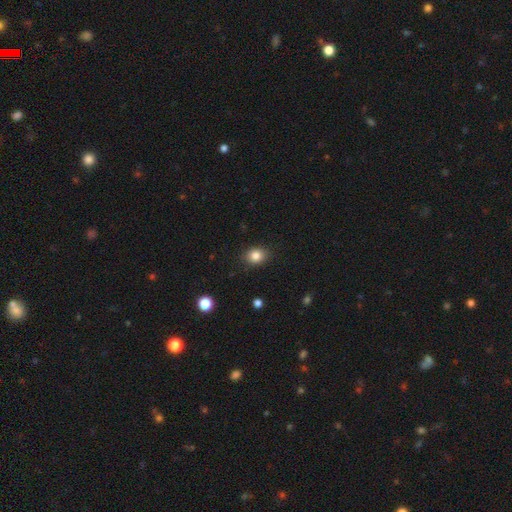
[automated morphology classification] The model was most divided on "how rounded": round: 55%, in between: 44%, cigar-shaped: 1%. More confident: merging — none (86%); smooth or featured — smooth (84%).